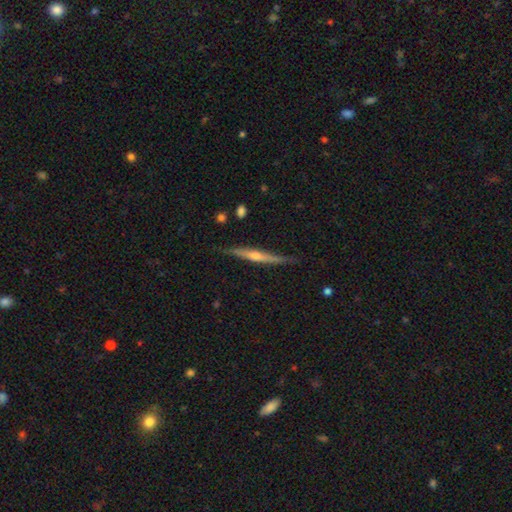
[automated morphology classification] Smooth or featured? Predicted: featured or disk (p=0.77). Edge-on disk? Predicted: yes (p=0.97). Edge-on bulge? Predicted: rounded (p=0.81). Merging? Predicted: none (p=0.83).